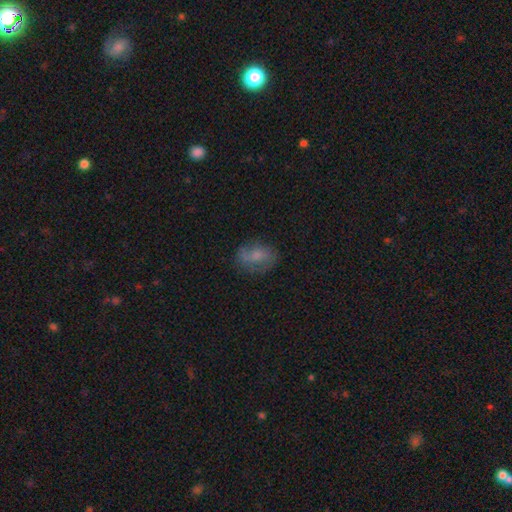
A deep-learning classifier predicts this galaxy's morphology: This appears to be a smooth galaxy with no disk features (52%) that is in between round and cigar-shaped (69%). Merging: none (64%).